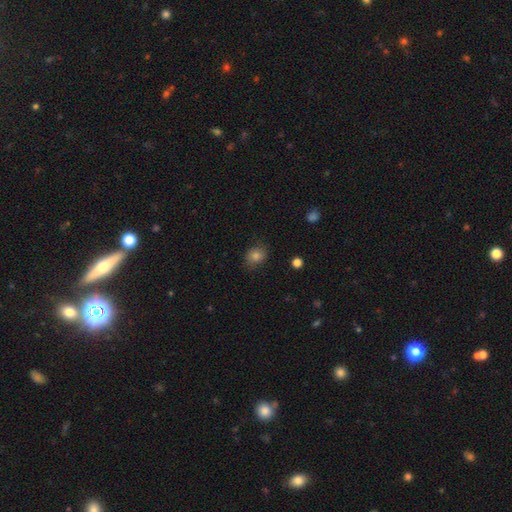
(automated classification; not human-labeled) Smooth or featured? Predicted: smooth (p=0.81). How rounded? Predicted: round (p=0.52). Merging? Predicted: none (p=0.78).